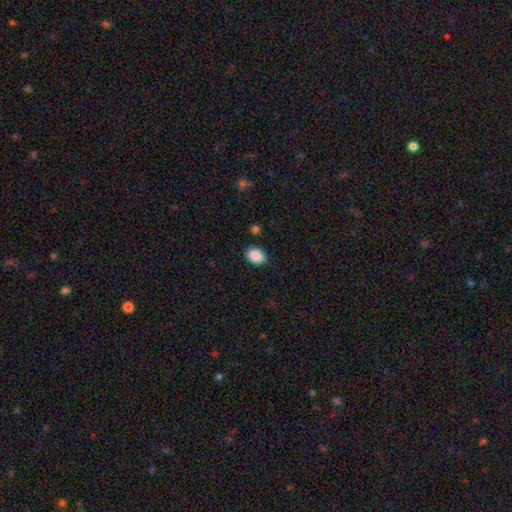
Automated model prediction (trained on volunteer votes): Q: Smooth or featured?
A: smooth (89%); runner-up: star or artifact (8%)
Q: How rounded?
A: in between (65%); runner-up: round (34%)
Q: Merging?
A: none (86%); runner-up: minor disturbance (10%)